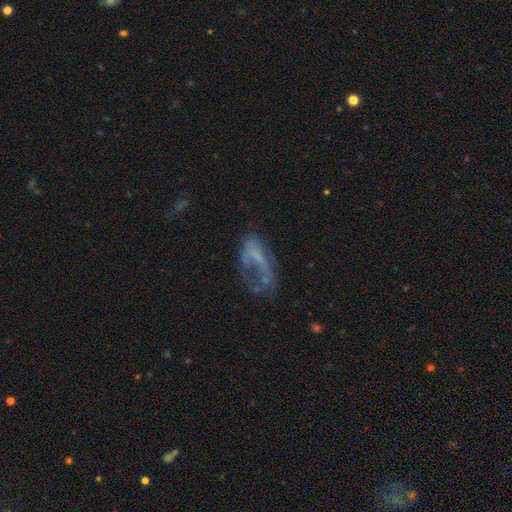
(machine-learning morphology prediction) This is possibly a featured or disk galaxy (52%). It is clearly not viewed edge-on (94%). Merging: possibly major disturbance (46%).